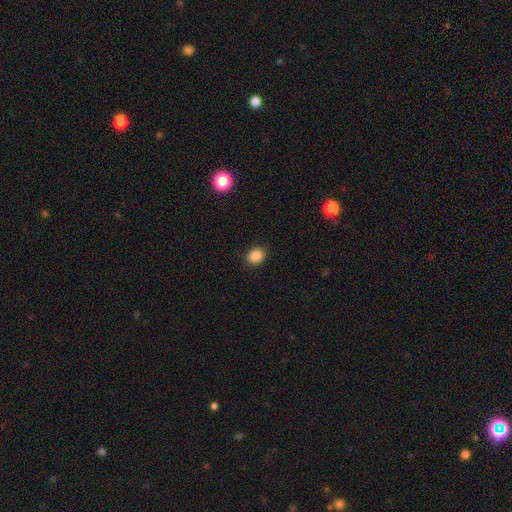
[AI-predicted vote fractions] Morphology: type=smooth (87%); roundness=round (55%); merging=none (88%).